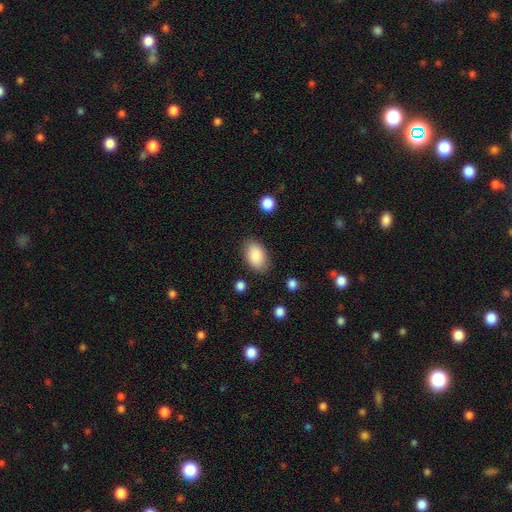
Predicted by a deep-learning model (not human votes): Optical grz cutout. It shows a smooth galaxy with no disk features (87%) that is in between round and cigar-shaped (91%). Merging: none (83%).